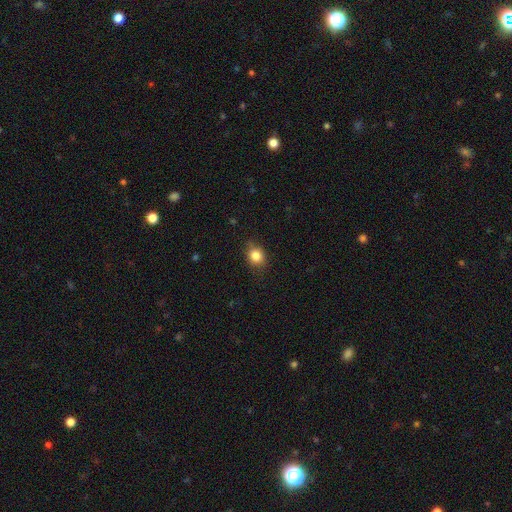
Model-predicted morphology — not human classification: Smooth or featured?
  - smooth: 83% *
  - star or artifact: 10%
  - featured or disk: 6%
How rounded?
  - round: 61% *
  - in between: 38%
  - cigar-shaped: 1%
Merging?
  - none: 79% *
  - minor disturbance: 16%
  - major disturbance: 3%
  - merger: 1%